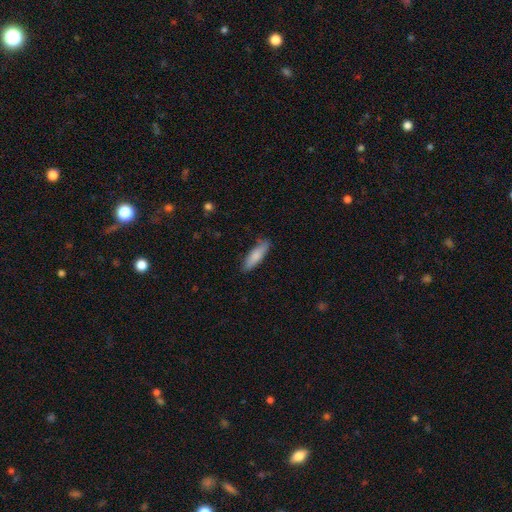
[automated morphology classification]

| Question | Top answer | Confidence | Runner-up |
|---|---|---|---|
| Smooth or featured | smooth | 81% | featured or disk (14%) |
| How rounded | cigar-shaped | 61% | in between (38%) |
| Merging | none | 82% | minor disturbance (15%) |